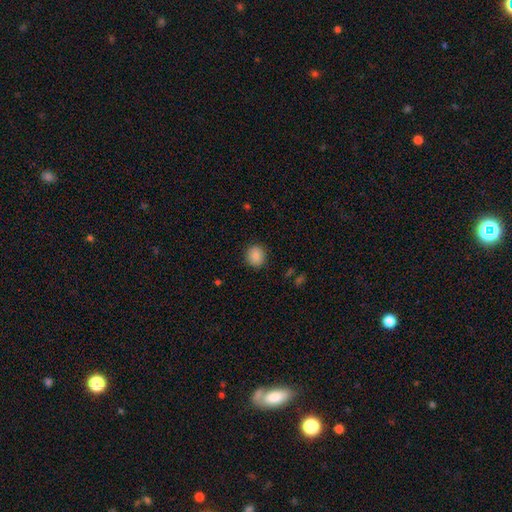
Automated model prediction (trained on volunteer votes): Smooth or featured?
  - smooth: 86% *
  - star or artifact: 8%
  - featured or disk: 6%
How rounded?
  - round: 82% *
  - in between: 17%
  - cigar-shaped: 1%
Merging?
  - none: 88% *
  - minor disturbance: 9%
  - major disturbance: 2%
  - merger: 1%